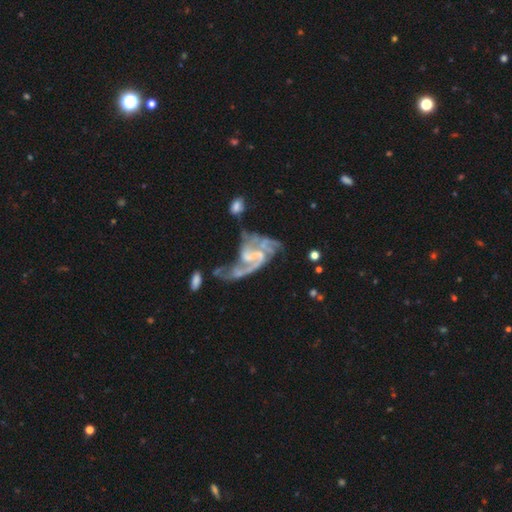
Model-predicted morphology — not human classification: This is clearly a featured or disk galaxy (87%). It is clearly not viewed edge-on (98%). Bar: marginally weak (43%). Spiral arm pattern: clearly yes (92%). Spiral arm count: possibly 2 (51%). Spiral winding: marginally loose (42%, tied with medium). Central bulge: possibly none (50%). Merging: marginally major disturbance (39%).